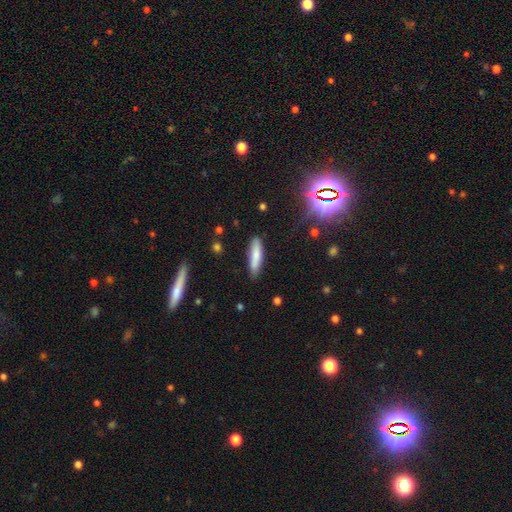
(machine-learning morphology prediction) Overall: smooth (77%). How rounded: cigar-shaped (74%). Merging: none (82%).